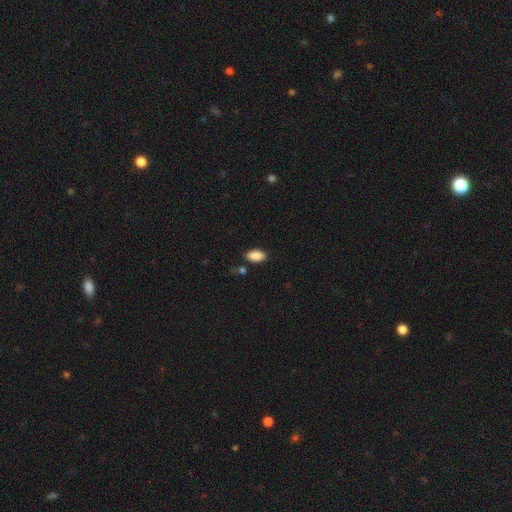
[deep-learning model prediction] The model was most divided on "merging": none: 83%, minor disturbance: 12%, merger: 3%, major disturbance: 3%. More confident: how rounded — in between (94%); smooth or featured — smooth (89%).